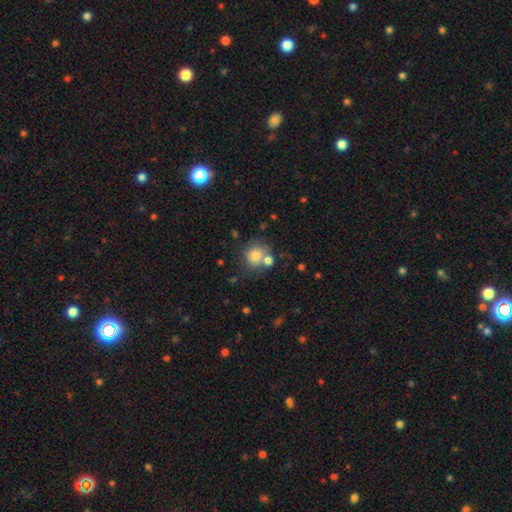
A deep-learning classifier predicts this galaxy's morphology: smooth_or_featured: smooth (p=0.76) [alt: featured or disk p=0.13]
how_rounded: round (p=0.84) [alt: in between p=0.15]
merging: none (p=0.55) [alt: merger p=0.25]